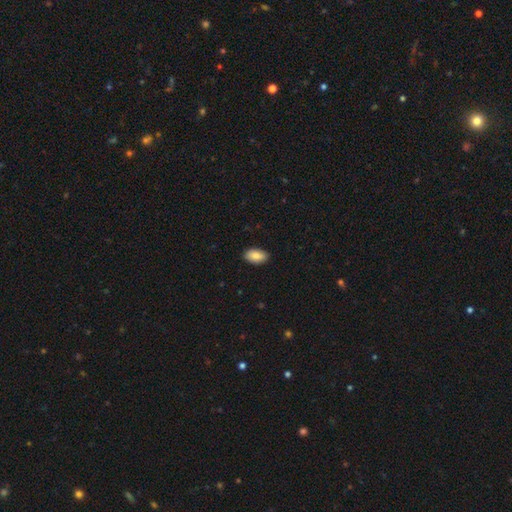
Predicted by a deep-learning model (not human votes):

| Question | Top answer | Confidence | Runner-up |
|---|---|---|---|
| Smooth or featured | smooth | 85% | featured or disk (8%) |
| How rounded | in between | 94% | round (4%) |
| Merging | none | 88% | minor disturbance (9%) |